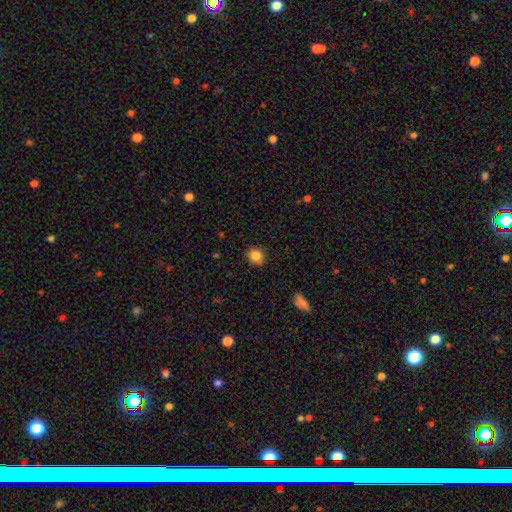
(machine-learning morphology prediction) The model was most divided on "how rounded": round: 80%, in between: 19%, cigar-shaped: 1%. More confident: smooth or featured — smooth (85%); merging — none (84%).